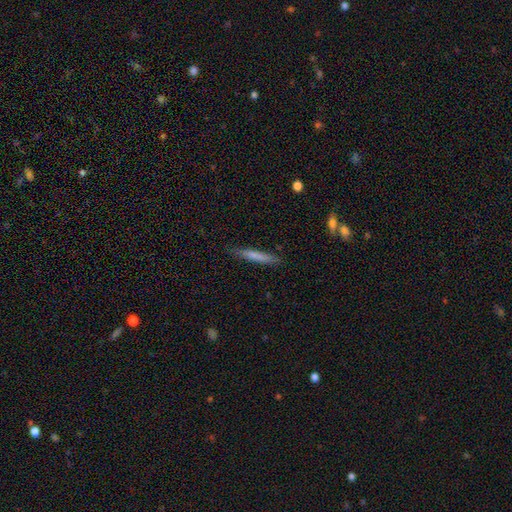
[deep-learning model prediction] smooth 72%, featured or disk 22%, star or artifact 6%. Down the decision tree: how rounded — cigar-shaped (94%); merging — none (86%).